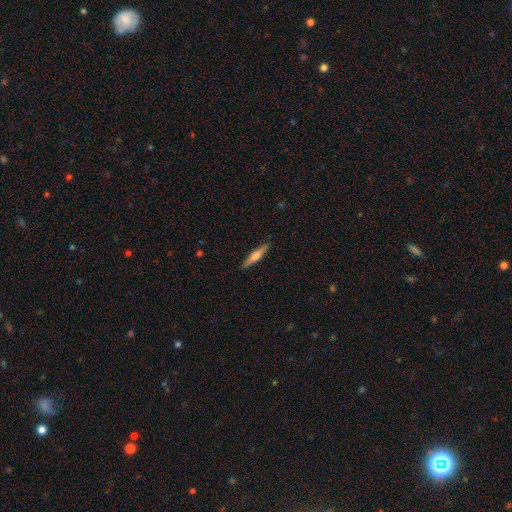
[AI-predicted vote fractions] A featured or disk galaxy (51%) viewed edge-on (97%). Merging: none (91%).